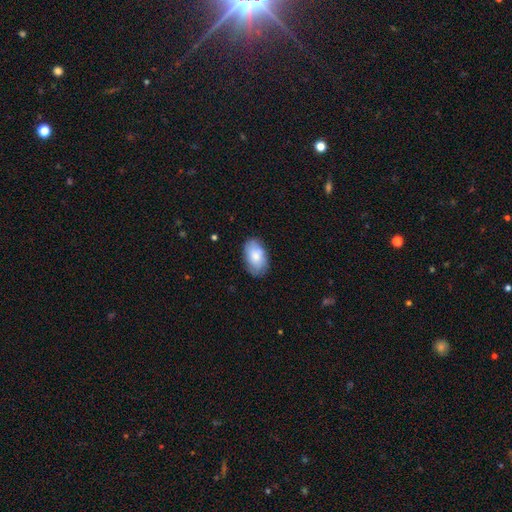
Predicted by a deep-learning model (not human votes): smooth-or-featured: smooth: 75% | featured or disk: 19% | star or artifact: 6%
  how-rounded: in between: 92% | round: 6% | cigar-shaped: 1%
  merging: none: 76% | minor disturbance: 18% | major disturbance: 4% | merger: 2%